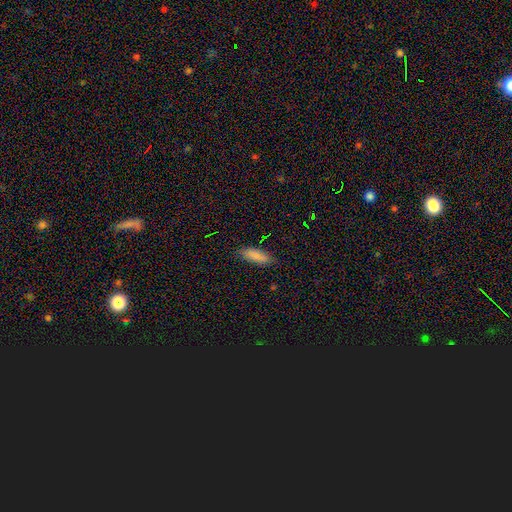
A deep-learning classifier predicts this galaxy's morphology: smooth-or-featured: smooth: 86% | star or artifact: 8% | featured or disk: 7%
  how-rounded: in between: 58% | cigar-shaped: 41% | round: 2%
  merging: none: 83% | minor disturbance: 13% | major disturbance: 3% | merger: 1%